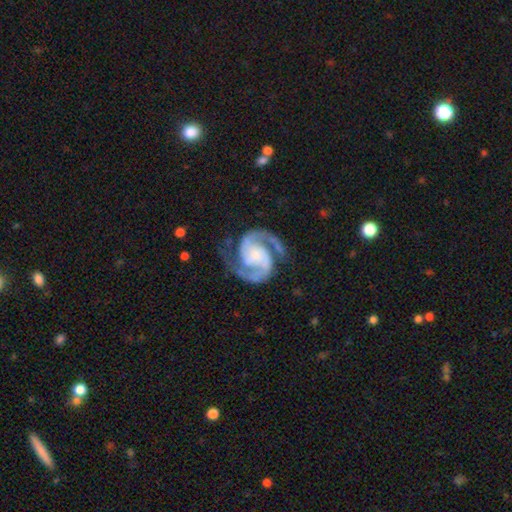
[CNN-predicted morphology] This appears to be a featured or disk galaxy (94%) with no bar (54%), 2 (94%) medium (62%) spiral arms (99%) and a small central bulge (38%). Merging: none (78%).